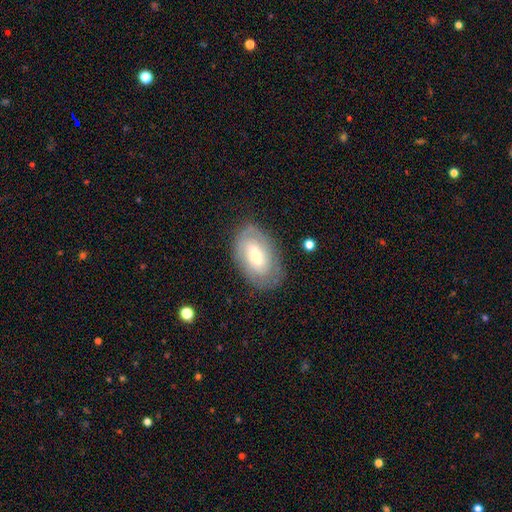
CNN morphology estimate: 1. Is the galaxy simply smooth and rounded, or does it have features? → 55% featured or disk, 38% smooth, 7% star or artifact.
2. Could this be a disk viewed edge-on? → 94% no, 6% yes.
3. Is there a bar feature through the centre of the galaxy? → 56% no, 33% weak, 11% strong.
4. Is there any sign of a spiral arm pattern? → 66% yes, 34% no.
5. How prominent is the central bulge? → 51% small, 37% moderate, 8% large, 2% none, 2% dominant.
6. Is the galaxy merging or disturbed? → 76% none, 16% minor disturbance, 6% major disturbance, 1% merger.